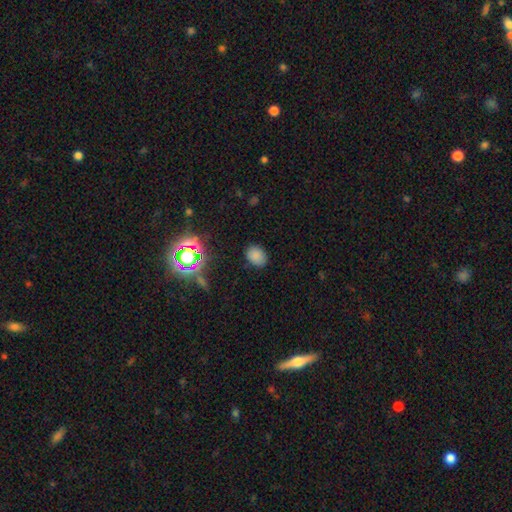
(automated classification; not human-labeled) Smooth or featured: smooth — 77% (star or artifact — 17%)
How rounded: in between — 68% (round — 31%)
Merging: none — 83% (minor disturbance — 12%)